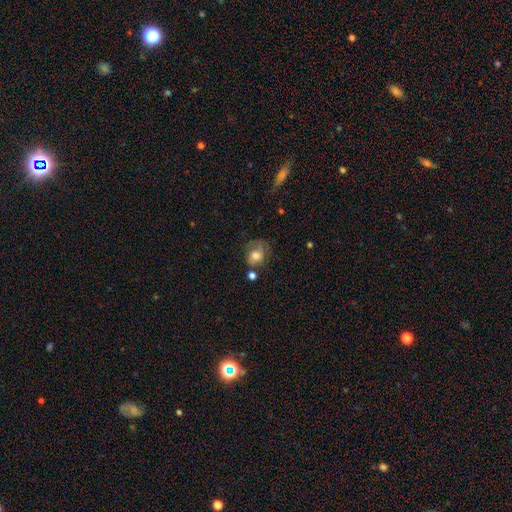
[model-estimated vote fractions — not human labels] smooth_or_featured: smooth (p=0.69) [alt: featured or disk p=0.21]
how_rounded: round (p=0.57) [alt: in between p=0.42]
merging: none (p=0.44) [alt: minor disturbance p=0.28]